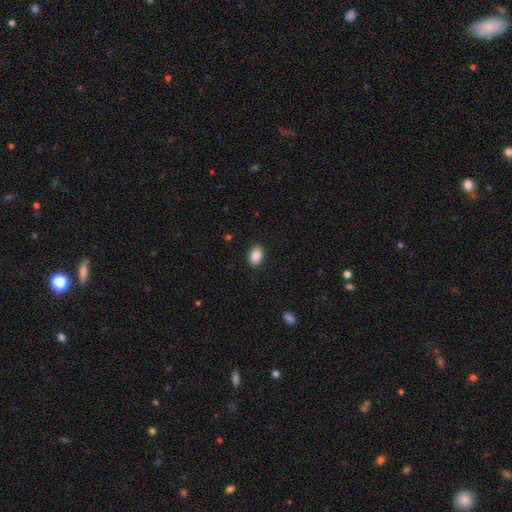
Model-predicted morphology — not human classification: Smooth or featured?
  - smooth: 88% *
  - star or artifact: 8%
  - featured or disk: 4%
How rounded?
  - in between: 82% *
  - round: 17%
  - cigar-shaped: 1%
Merging?
  - none: 88% *
  - minor disturbance: 9%
  - major disturbance: 2%
  - merger: 1%